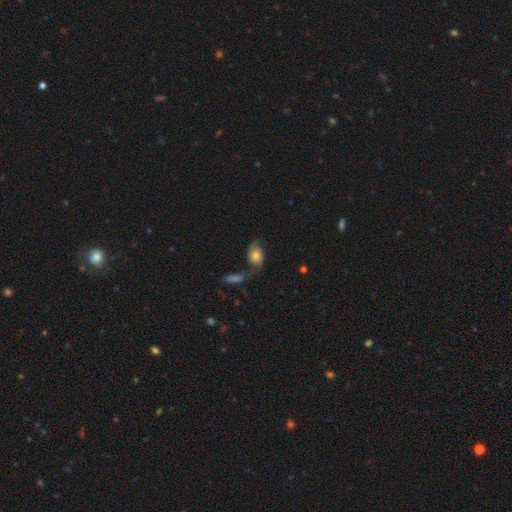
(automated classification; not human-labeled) Smooth or featured: smooth — 49% (featured or disk — 42%)
Merging: none — 40% (merger — 26%)